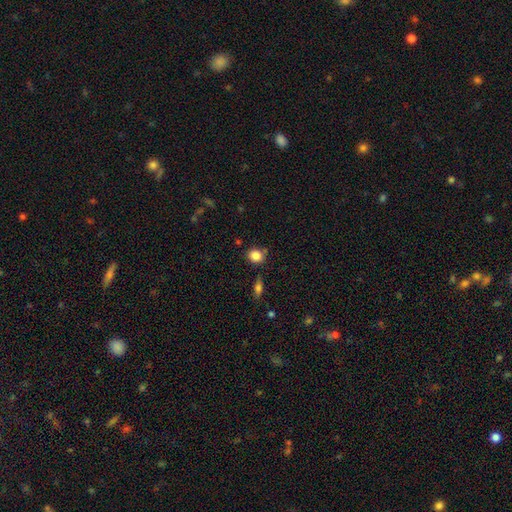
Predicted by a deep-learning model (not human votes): Smooth or featured? Predicted: smooth (p=0.84). How rounded? Predicted: round (p=0.73). Merging? Predicted: none (p=0.76).